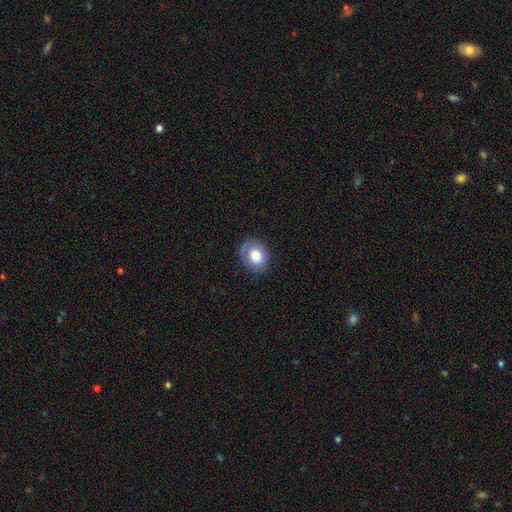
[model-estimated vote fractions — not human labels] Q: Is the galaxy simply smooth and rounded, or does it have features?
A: smooth — 77%.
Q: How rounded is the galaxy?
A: in between — 53%.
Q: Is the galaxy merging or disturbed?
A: none — 75%.